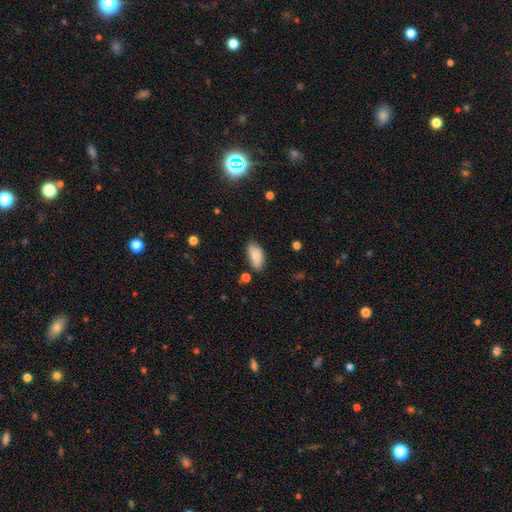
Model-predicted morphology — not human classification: Smooth or featured? smooth (83%)
How rounded? in between (93%)
Merging? none (74%)